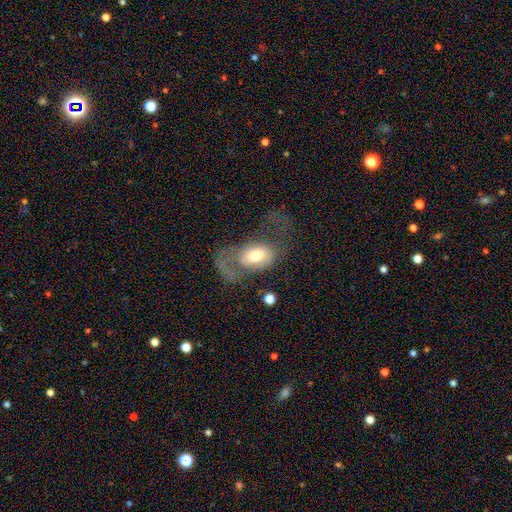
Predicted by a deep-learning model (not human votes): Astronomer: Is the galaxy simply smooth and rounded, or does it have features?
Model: smooth — 51% (runner-up: featured or disk, 42%).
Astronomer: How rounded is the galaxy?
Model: in between — 86%.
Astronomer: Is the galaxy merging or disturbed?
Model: major disturbance — 57%.